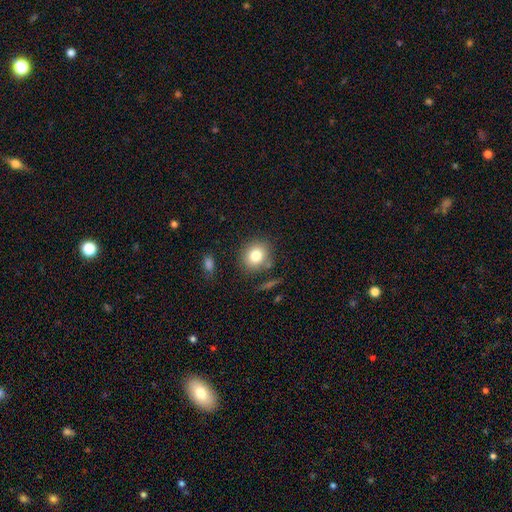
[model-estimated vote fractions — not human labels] A smooth galaxy with no disk features (80%) that is round (74%). Merging: none (80%).